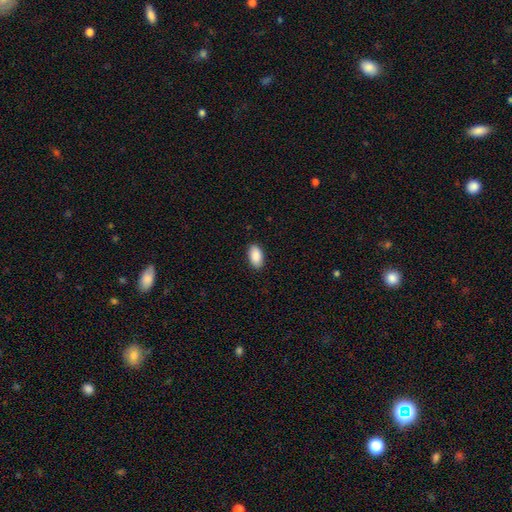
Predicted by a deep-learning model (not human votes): Overall: smooth (90%). How rounded: in between (95%). Merging: none (89%).